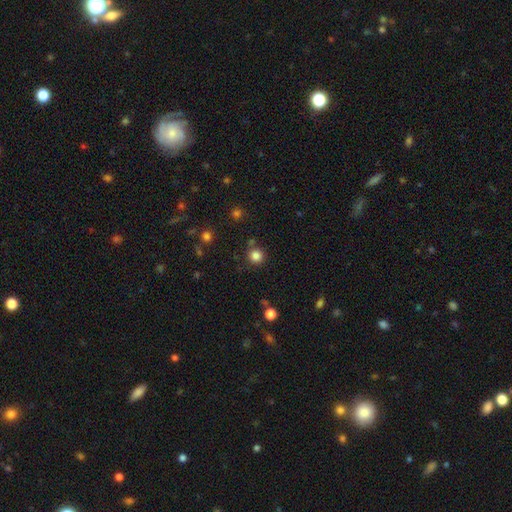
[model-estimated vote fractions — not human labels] smooth 83%, star or artifact 13%, featured or disk 4%. Down the decision tree: how rounded — round (94%); merging — none (82%).